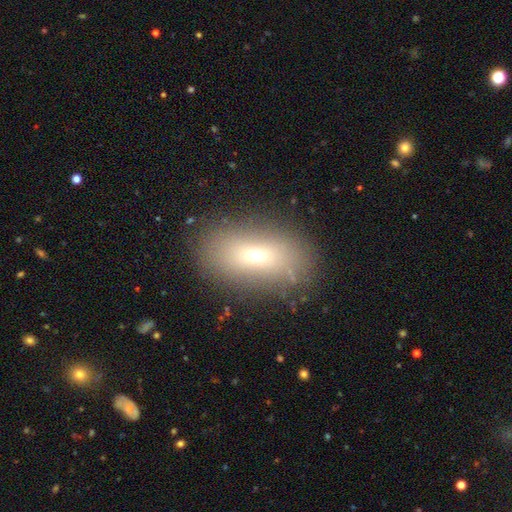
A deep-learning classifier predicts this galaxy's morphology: This appears to be a smooth galaxy with no disk features (64%) that is in between round and cigar-shaped (82%). Merging: none (81%).